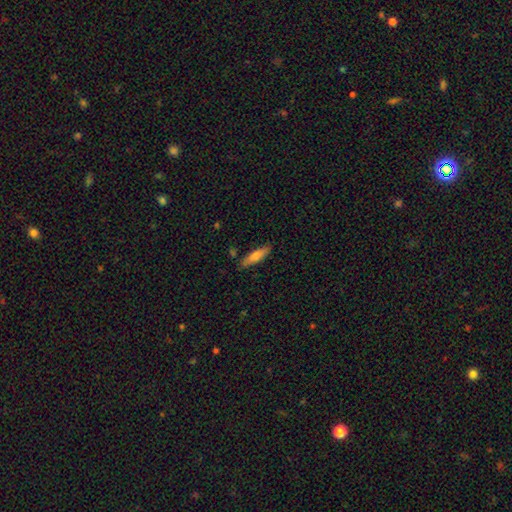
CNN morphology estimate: This appears to be a smooth galaxy with no disk features (72%) that is cigar-shaped (71%). Merging: none (83%).